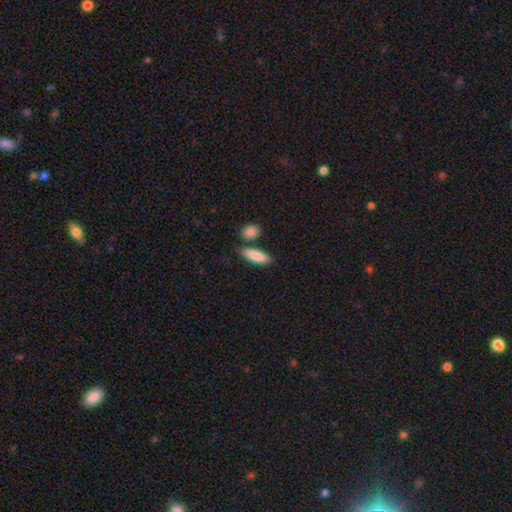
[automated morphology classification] Smooth or featured?
  - smooth: 87% *
  - featured or disk: 7%
  - star or artifact: 5%
How rounded?
  - in between: 57% *
  - cigar-shaped: 40%
  - round: 3%
Merging?
  - none: 74% *
  - minor disturbance: 12%
  - merger: 11%
  - major disturbance: 3%